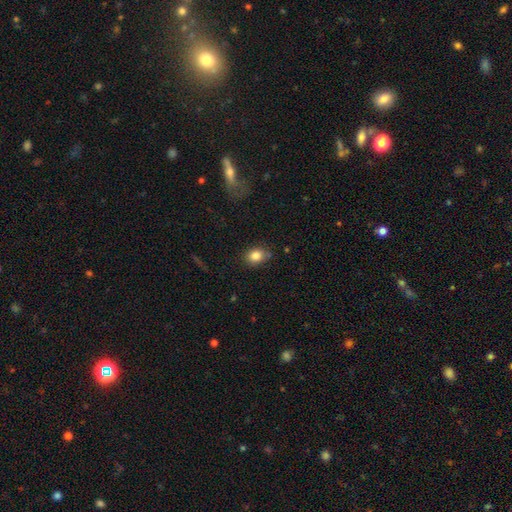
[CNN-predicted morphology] This appears to be a smooth galaxy with no disk features (84%) that is in between round and cigar-shaped (53%). Merging: none (76%).